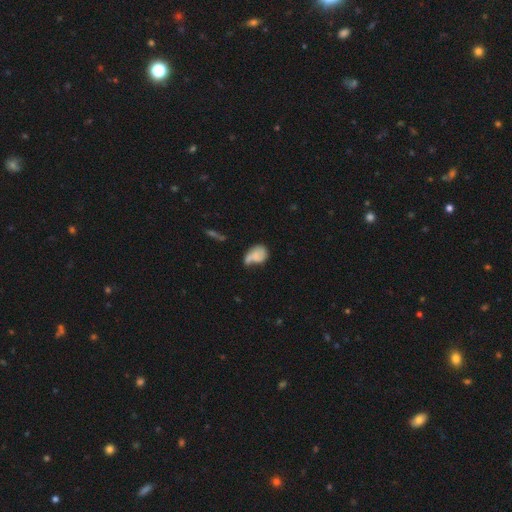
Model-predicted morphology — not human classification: Overall: smooth (60%; featured or disk 30%). How rounded: in between (74%). Merging: minor disturbance (32%; none 28%).